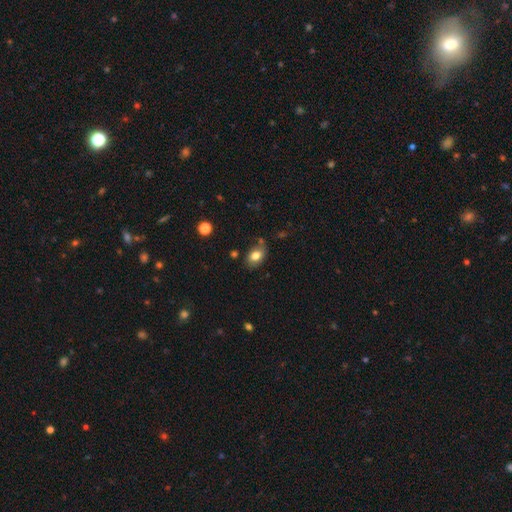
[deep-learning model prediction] This is likely a smooth galaxy (79%). How rounded: likely in between (77%). Merging: likely none (68%).